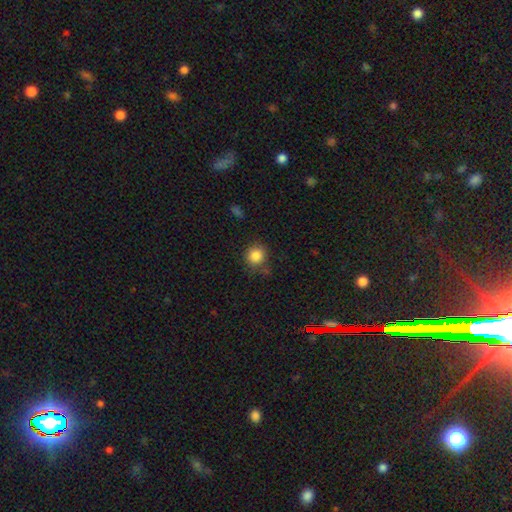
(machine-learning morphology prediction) smooth_or_featured: smooth (p=0.85) [alt: star or artifact p=0.10]
how_rounded: round (p=0.89) [alt: in between p=0.10]
merging: none (p=0.76) [alt: minor disturbance p=0.16]